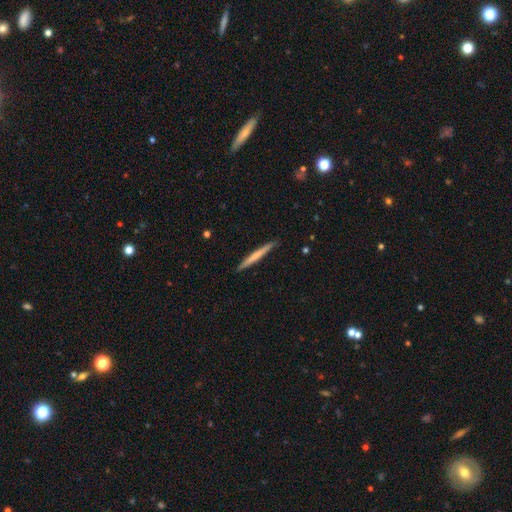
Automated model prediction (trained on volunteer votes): Smooth or featured: smooth — 55% (featured or disk — 40%)
How rounded: cigar-shaped — 97% (in between — 2%)
Merging: none — 91% (minor disturbance — 7%)